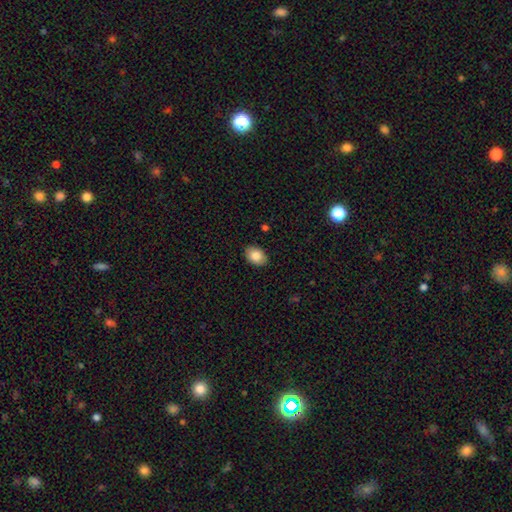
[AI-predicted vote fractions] A smooth galaxy with no disk features (85%) that is in between round and cigar-shaped (82%).

Vote fractions:
- Smooth or featured? smooth: 85% / featured or disk: 8% / star or artifact: 7%
- How rounded? in between: 82% / round: 17% / cigar-shaped: 1%
- Merging? none: 89% / minor disturbance: 9% / major disturbance: 2% / merger: 1%